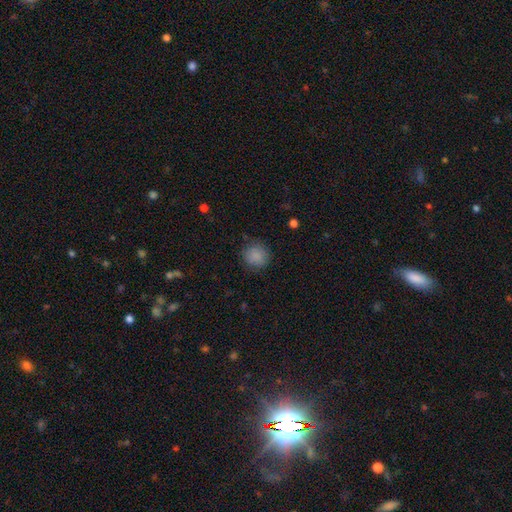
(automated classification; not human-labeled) Overall: smooth (86%). How rounded: round (90%). Merging: none (83%).